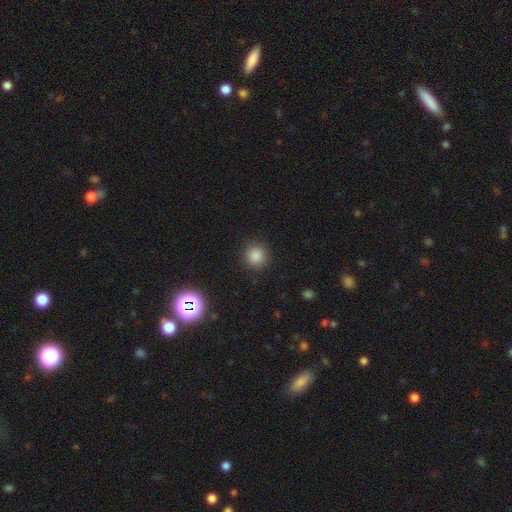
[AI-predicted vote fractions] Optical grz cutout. It shows a smooth galaxy with no disk features (84%) that is round (94%). Merging: none (90%).